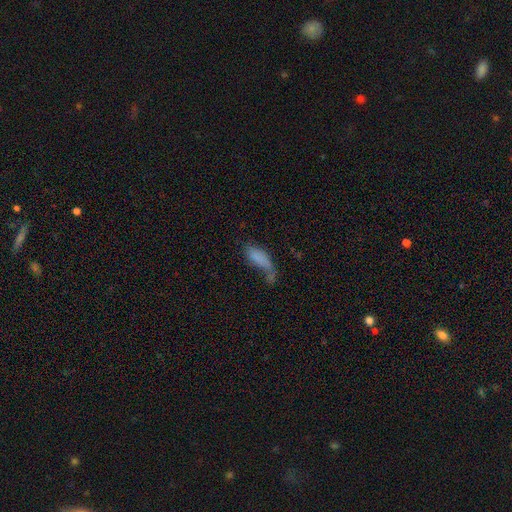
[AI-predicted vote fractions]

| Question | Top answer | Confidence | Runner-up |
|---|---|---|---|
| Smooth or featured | smooth | 71% | featured or disk (18%) |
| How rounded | in between | 67% | cigar-shaped (30%) |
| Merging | major disturbance | 31% | none (29%) |